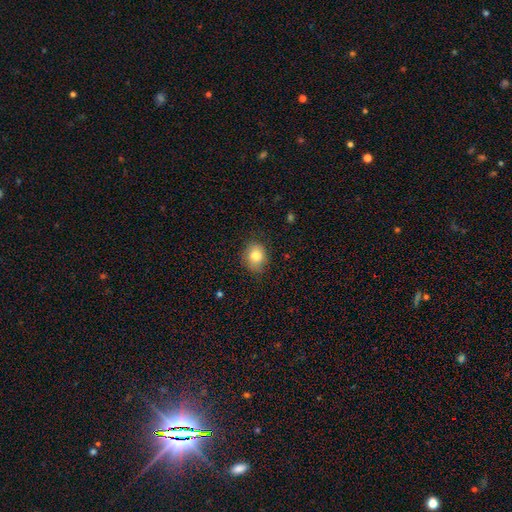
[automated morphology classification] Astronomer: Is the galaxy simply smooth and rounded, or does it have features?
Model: smooth — 81%.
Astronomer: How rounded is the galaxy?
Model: round — 57% (runner-up: in between, 42%).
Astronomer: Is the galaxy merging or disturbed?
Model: none — 82%.